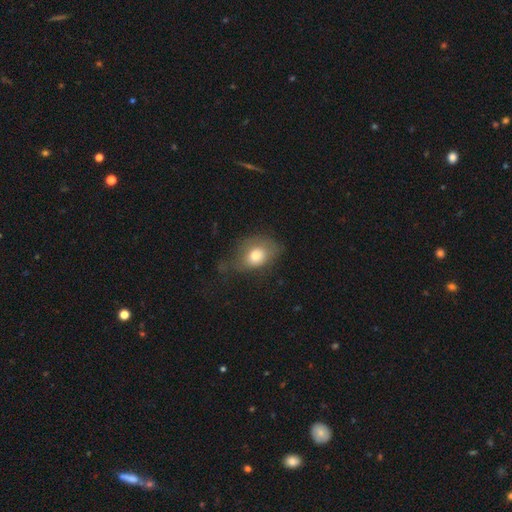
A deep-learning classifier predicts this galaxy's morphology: Q: Smooth or featured?
A: smooth (72%); runner-up: featured or disk (19%)
Q: How rounded?
A: in between (70%); runner-up: round (29%)
Q: Merging?
A: none (43%); runner-up: minor disturbance (31%)